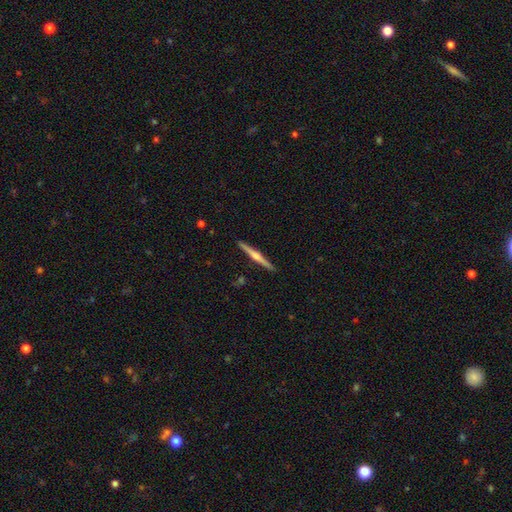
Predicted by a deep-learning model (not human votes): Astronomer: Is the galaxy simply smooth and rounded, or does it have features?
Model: featured or disk — 73%.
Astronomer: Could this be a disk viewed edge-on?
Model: yes — 98%.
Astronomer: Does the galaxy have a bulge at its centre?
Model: rounded — 85%.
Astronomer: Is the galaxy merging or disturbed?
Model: none — 92%.